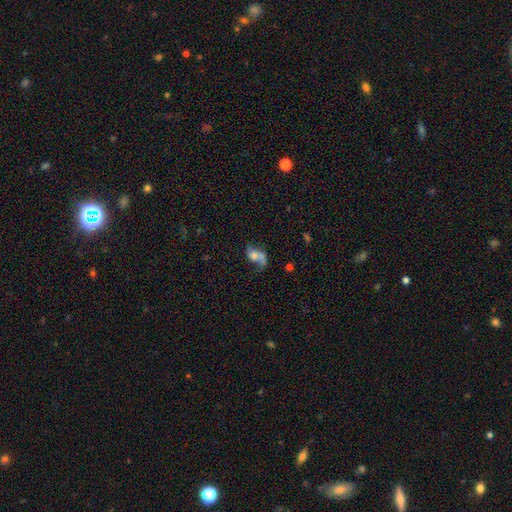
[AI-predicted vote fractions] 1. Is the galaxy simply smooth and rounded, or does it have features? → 52% featured or disk, 36% smooth, 11% star or artifact.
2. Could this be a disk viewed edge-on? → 95% no, 5% yes.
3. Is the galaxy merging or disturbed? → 32% none, 27% merger, 24% major disturbance, 17% minor disturbance.